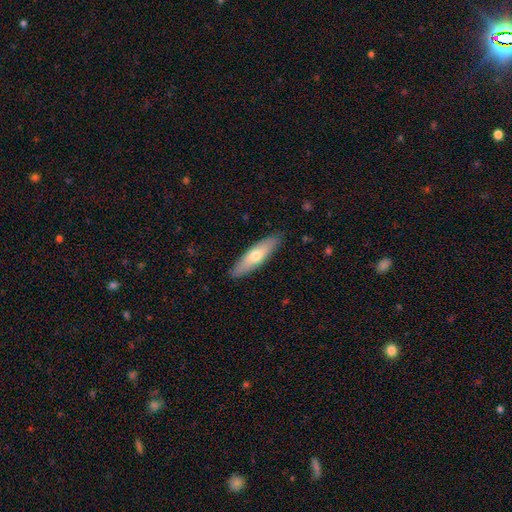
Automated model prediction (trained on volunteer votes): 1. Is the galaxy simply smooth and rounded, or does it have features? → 60% smooth, 34% featured or disk, 6% star or artifact.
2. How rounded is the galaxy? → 65% cigar-shaped, 33% in between, 2% round.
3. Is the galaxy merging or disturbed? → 88% none, 9% minor disturbance, 2% major disturbance, 1% merger.